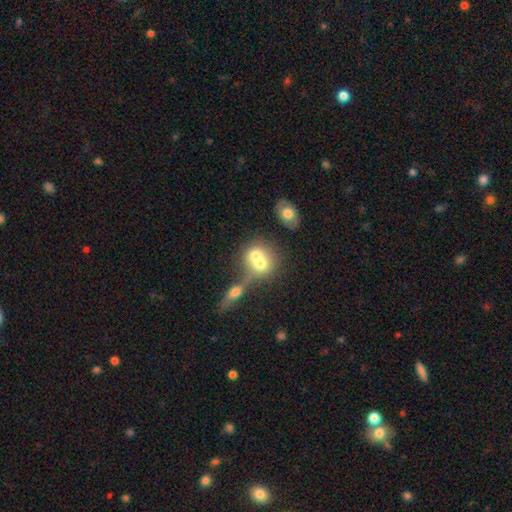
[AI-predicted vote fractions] smooth_or_featured: smooth (p=0.65) [alt: featured or disk p=0.25]
how_rounded: round (p=0.72) [alt: in between p=0.26]
merging: merger (p=0.67) [alt: none p=0.23]